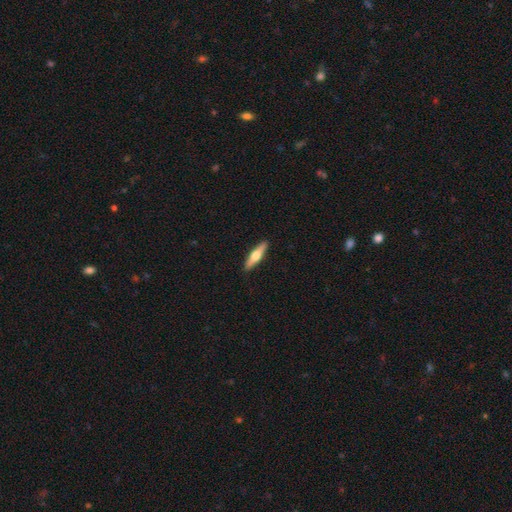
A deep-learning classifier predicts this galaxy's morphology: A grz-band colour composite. It shows a featured or disk galaxy (48%). Merging: none (91%).